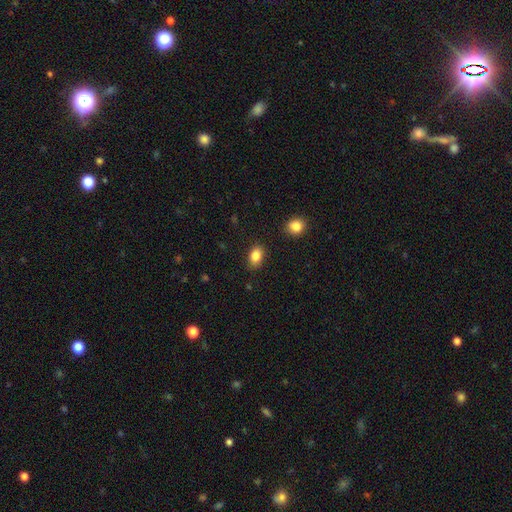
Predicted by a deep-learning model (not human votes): A smooth galaxy with no disk features (85%) that is in between round and cigar-shaped (82%). Merging: none (86%).